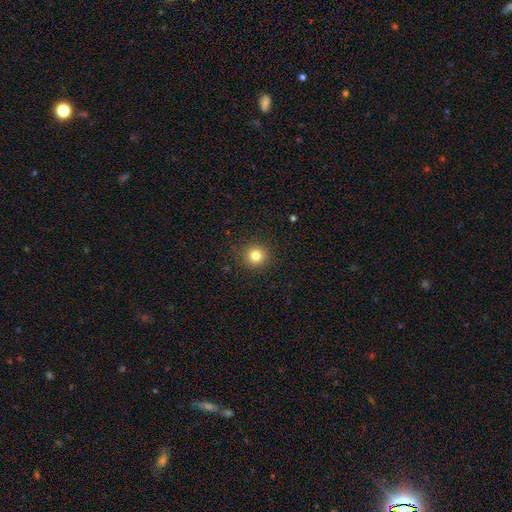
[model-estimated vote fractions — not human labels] Q: Smooth or featured?
A: smooth (81%); runner-up: star or artifact (12%)
Q: How rounded?
A: round (93%); runner-up: in between (6%)
Q: Merging?
A: none (91%); runner-up: minor disturbance (6%)